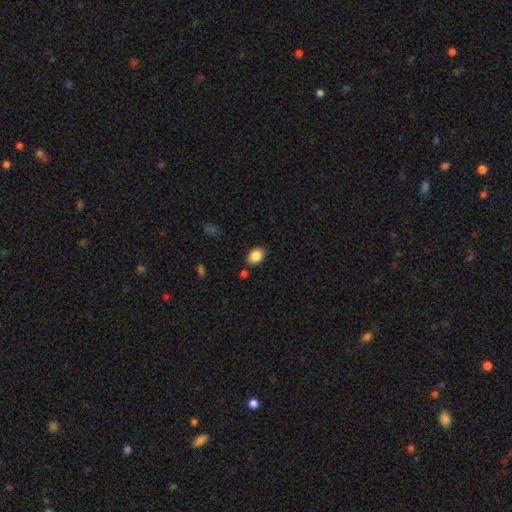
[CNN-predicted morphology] smooth 87%, star or artifact 8%, featured or disk 5%. Down the decision tree: how rounded — in between (77%); merging — none (79%).